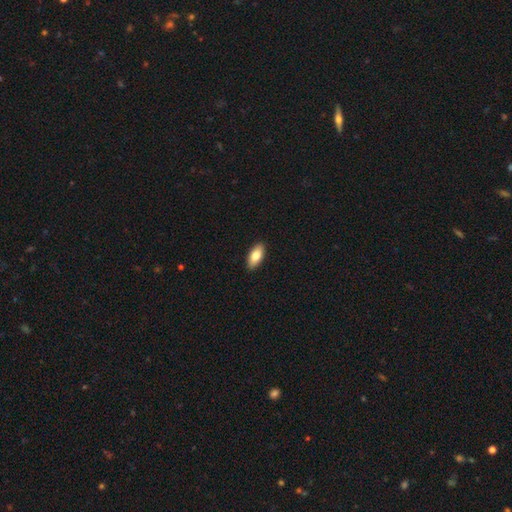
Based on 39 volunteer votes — Overall: smooth (77%). How rounded: in between (93%). Merging: none (92%).